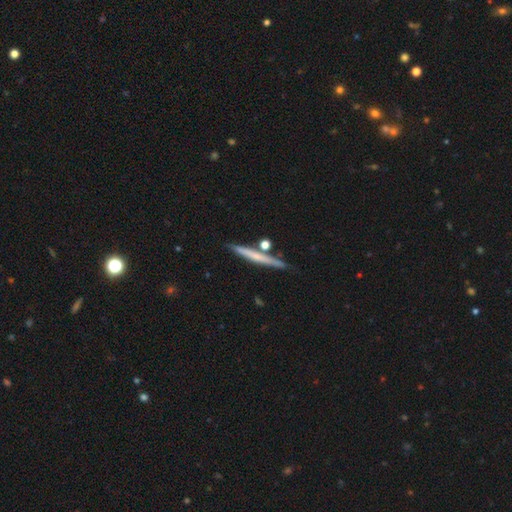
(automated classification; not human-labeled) Q: Smooth or featured?
A: smooth (47%); runner-up: featured or disk (46%)
Q: Merging?
A: none (81%); runner-up: minor disturbance (10%)